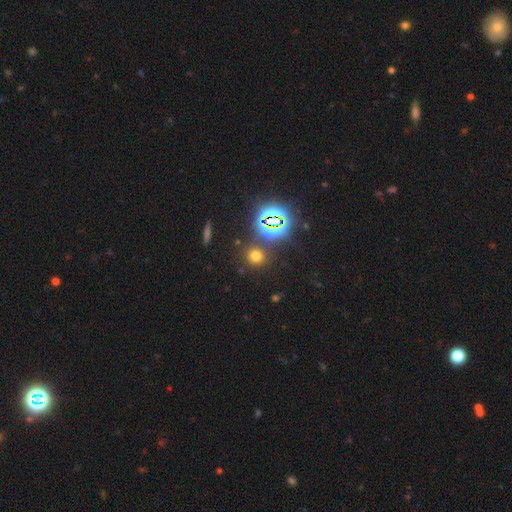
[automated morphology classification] Smooth or featured? smooth (60%)
How rounded? round (89%)
Merging? none (83%)